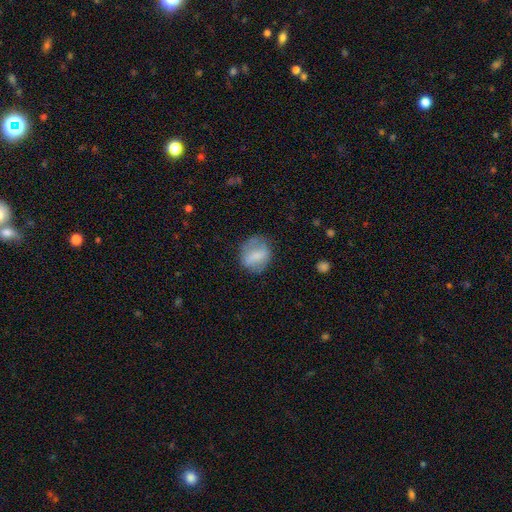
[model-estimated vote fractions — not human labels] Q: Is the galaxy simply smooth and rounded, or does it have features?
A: smooth — 62%.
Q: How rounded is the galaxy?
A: round — 57%.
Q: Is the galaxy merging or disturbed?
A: none — 67%.